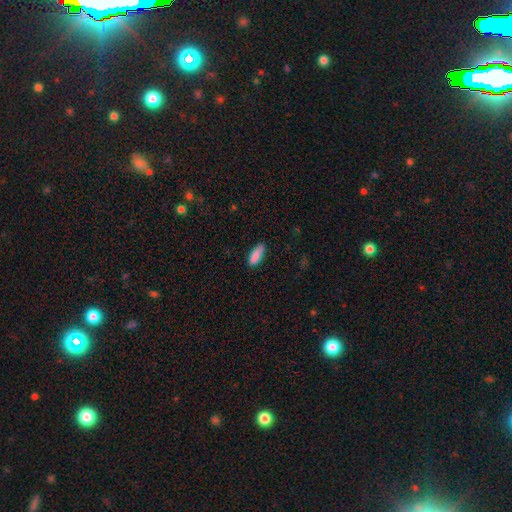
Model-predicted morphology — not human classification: type=smooth (88%); roundness=in between (62%); merging=none (76%).